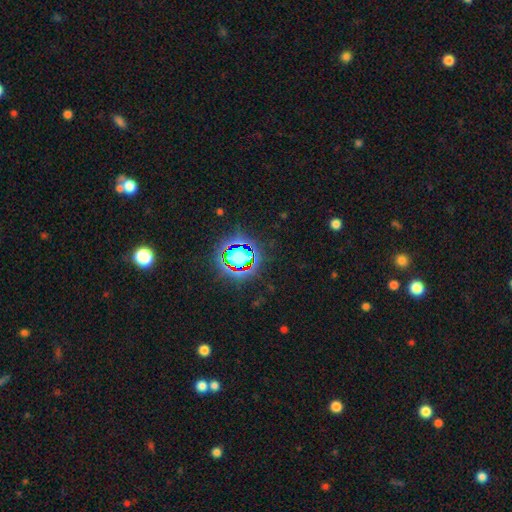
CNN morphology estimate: A star or artifact, not a galaxy (83%).